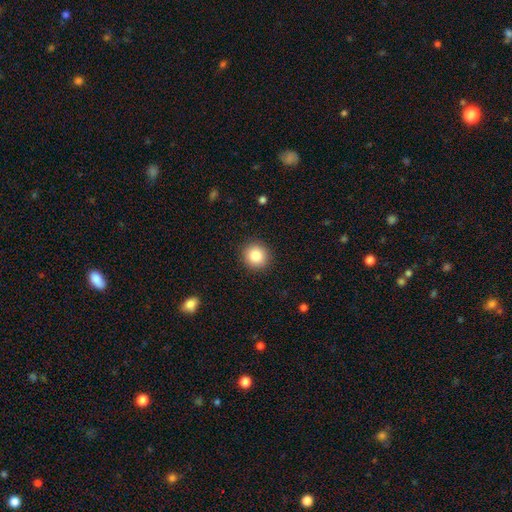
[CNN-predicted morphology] This appears to be a smooth galaxy with no disk features (85%) that is round (91%). Merging: none (91%).